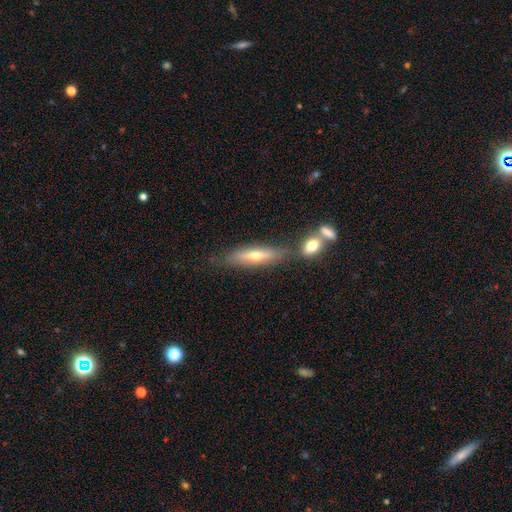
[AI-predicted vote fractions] Smooth or featured? Predicted: featured or disk (p=0.49). Merging? Predicted: none (p=0.67).